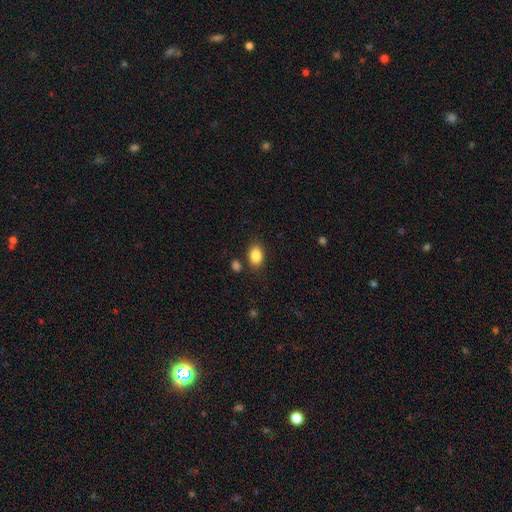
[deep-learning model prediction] Overall: smooth (86%). How rounded: in between (77%). Merging: none (80%).